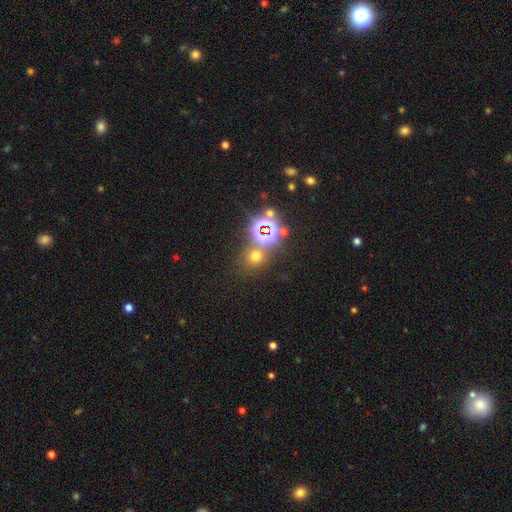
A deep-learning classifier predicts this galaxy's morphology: Smooth or featured? smooth (53%)
How rounded? round (84%)
Merging? none (71%)